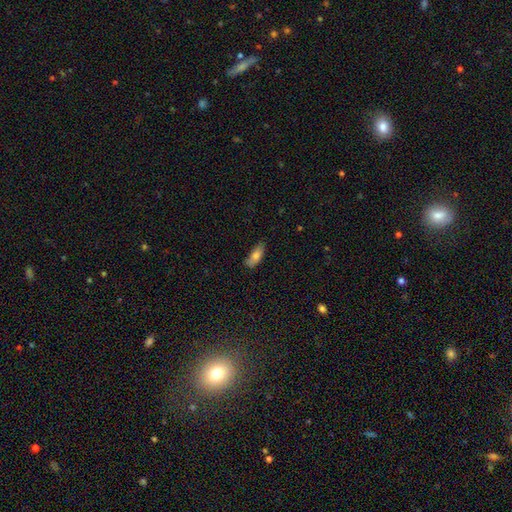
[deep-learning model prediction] This is likely a smooth galaxy (77%). How rounded: likely in between (72%). Merging: likely none (67%).